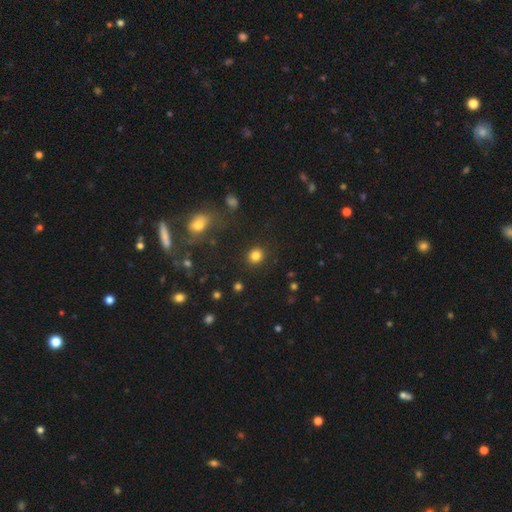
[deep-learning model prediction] Smooth or featured: smooth — 83% (star or artifact — 13%)
How rounded: round — 85% (in between — 14%)
Merging: none — 90% (minor disturbance — 6%)